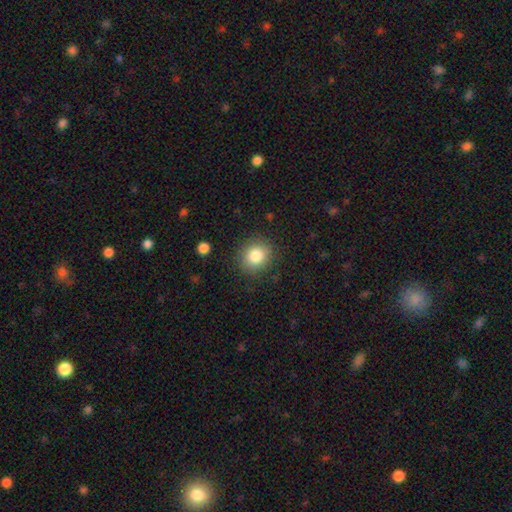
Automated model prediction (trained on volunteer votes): Morphology: type=smooth (82%); roundness=round (78%); merging=none (86%).